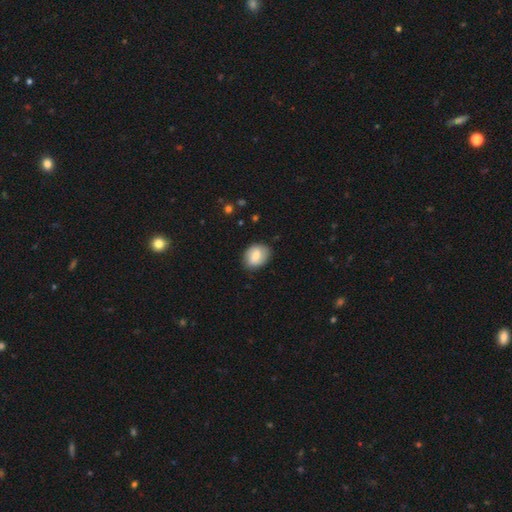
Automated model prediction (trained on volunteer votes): Morphology: type=smooth (73%); roundness=in between (58%); merging=none (80%).